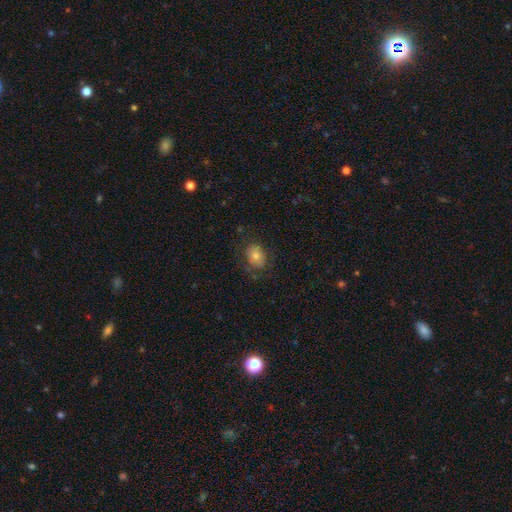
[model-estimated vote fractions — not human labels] Smooth or featured?
  - smooth: 72% *
  - featured or disk: 17%
  - star or artifact: 11%
How rounded?
  - in between: 60% *
  - round: 39%
  - cigar-shaped: 1%
Merging?
  - none: 70% *
  - minor disturbance: 18%
  - major disturbance: 10%
  - merger: 1%